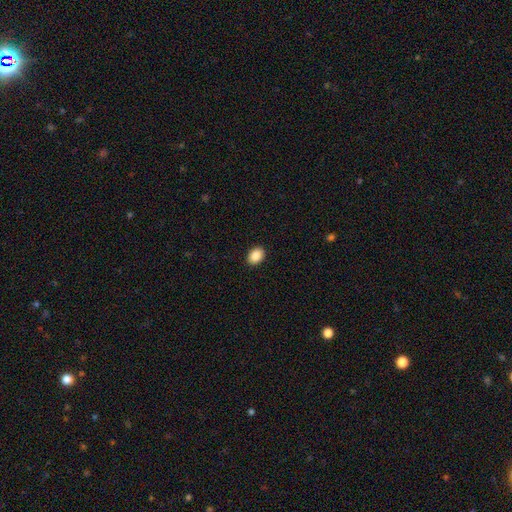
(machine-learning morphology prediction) This appears to be a smooth galaxy with no disk features (90%) that is in between round and cigar-shaped (76%). Merging: none (91%).